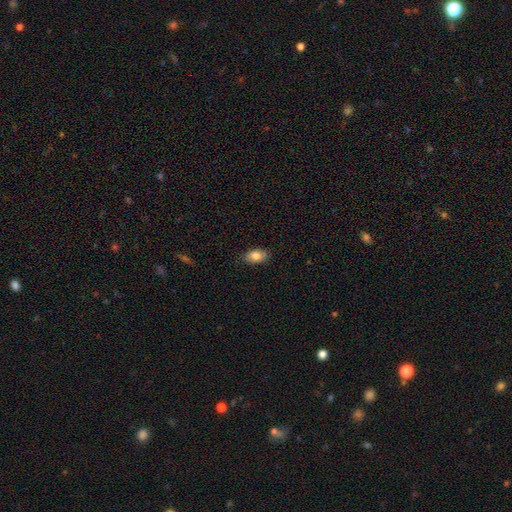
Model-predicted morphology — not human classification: Smooth or featured? smooth (85%)
How rounded? in between (92%)
Merging? none (87%)